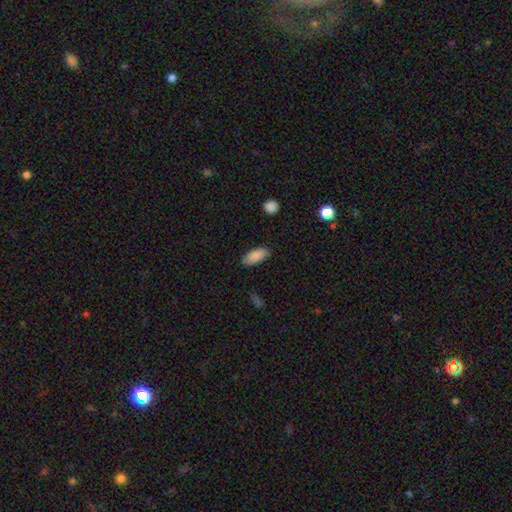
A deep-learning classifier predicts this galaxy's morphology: A smooth galaxy with no disk features (88%) that is in between round and cigar-shaped (87%). Merging: none (86%).